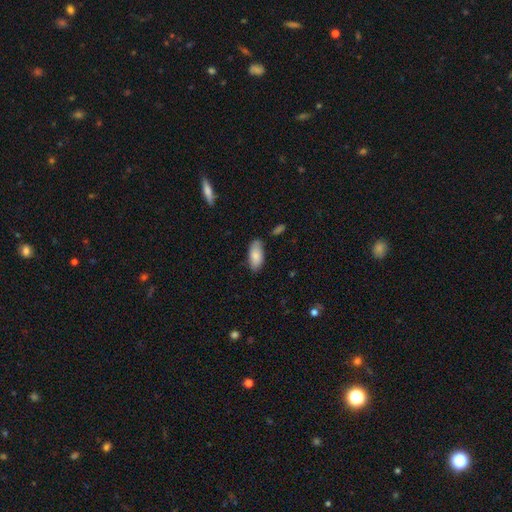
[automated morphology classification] Smooth or featured? Predicted: smooth (p=0.83). How rounded? Predicted: in between (p=0.91). Merging? Predicted: none (p=0.79).